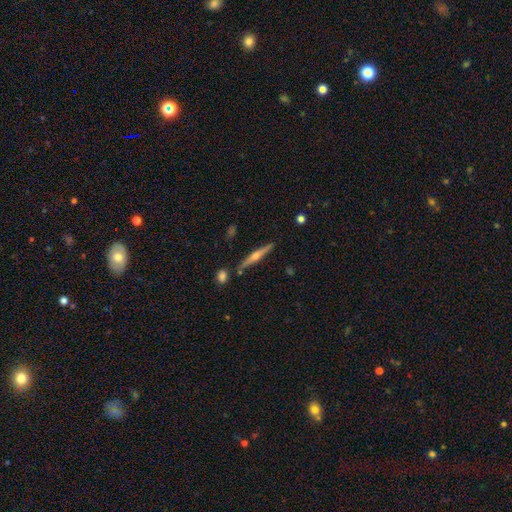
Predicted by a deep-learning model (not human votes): Morphology: type=featured or disk (74%); edge-on=yes (98%); edge-on bulge=rounded (90%); merging=none (86%).